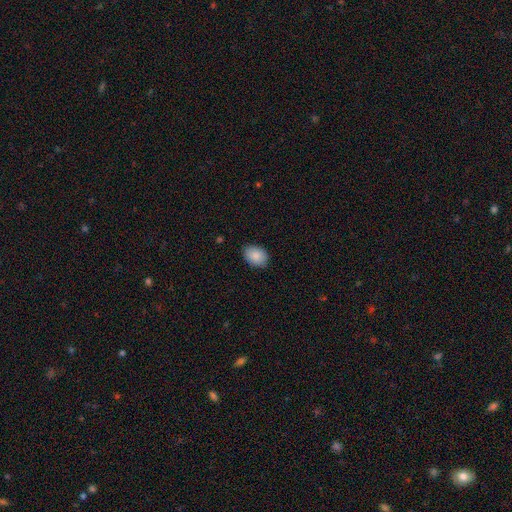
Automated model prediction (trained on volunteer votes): This is clearly a smooth galaxy (87%). How rounded: likely in between (75%). Merging: clearly none (87%).